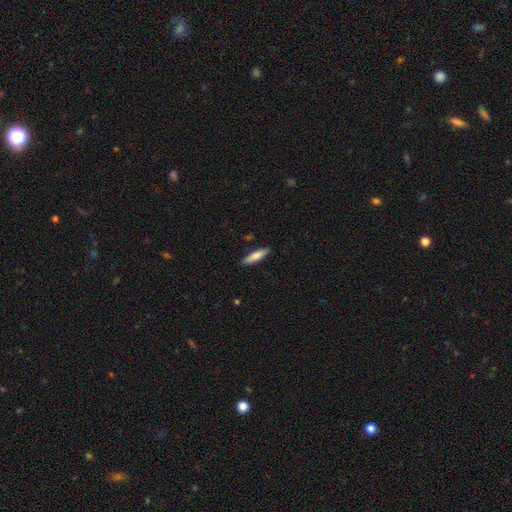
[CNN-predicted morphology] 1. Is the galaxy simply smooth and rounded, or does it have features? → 79% smooth, 15% featured or disk, 6% star or artifact.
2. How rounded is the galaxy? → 74% cigar-shaped, 25% in between, 1% round.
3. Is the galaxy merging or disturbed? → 89% none, 8% minor disturbance, 2% major disturbance, 1% merger.